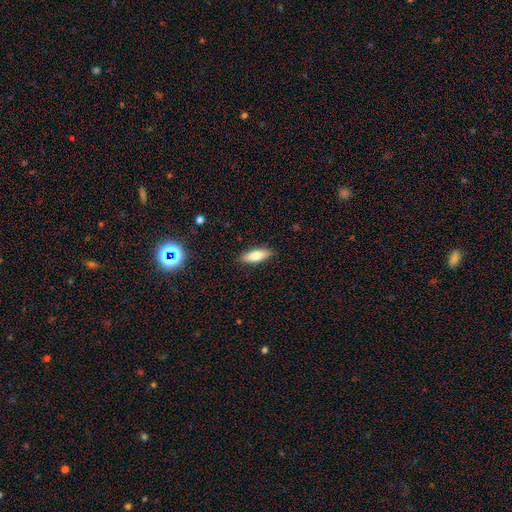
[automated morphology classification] Smooth or featured?
  - smooth: 74% *
  - featured or disk: 19%
  - star or artifact: 7%
How rounded?
  - in between: 61% *
  - cigar-shaped: 37%
  - round: 2%
Merging?
  - none: 88% *
  - minor disturbance: 9%
  - major disturbance: 2%
  - merger: 1%